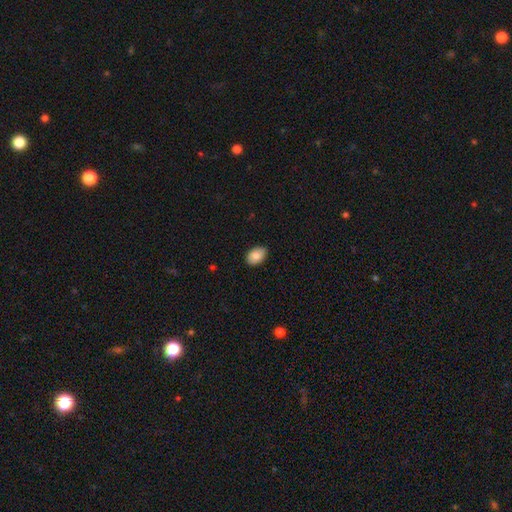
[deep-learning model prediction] This appears to be a smooth galaxy with no disk features (80%) that is in between round and cigar-shaped (84%). Merging: none (84%).